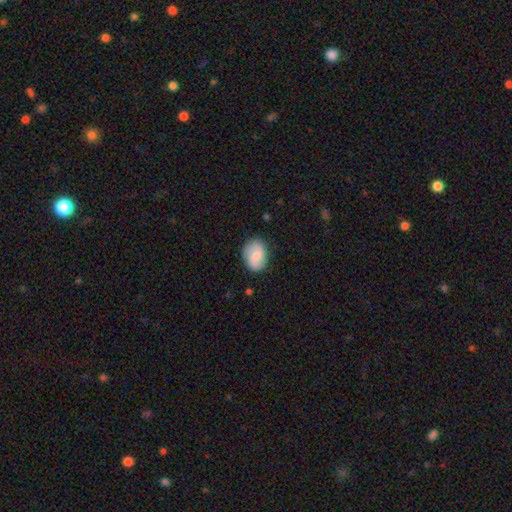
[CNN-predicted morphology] Smooth or featured: smooth — 59% (featured or disk — 34%)
How rounded: in between — 73% (round — 26%)
Merging: none — 77% (minor disturbance — 17%)